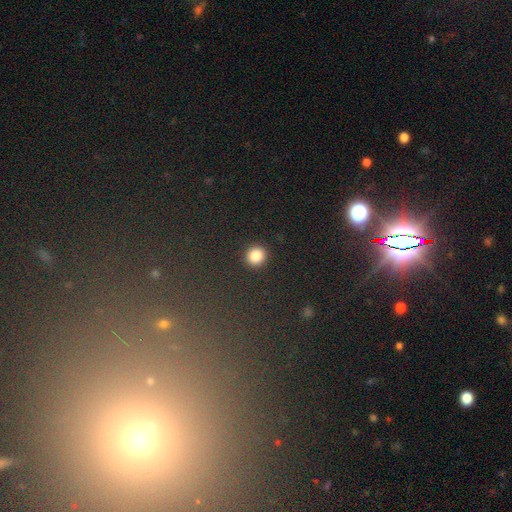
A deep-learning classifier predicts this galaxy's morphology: Smooth or featured?
  - smooth: 86% *
  - star or artifact: 10%
  - featured or disk: 4%
How rounded?
  - round: 90% *
  - in between: 9%
  - cigar-shaped: 1%
Merging?
  - none: 92% *
  - minor disturbance: 5%
  - major disturbance: 2%
  - merger: 1%